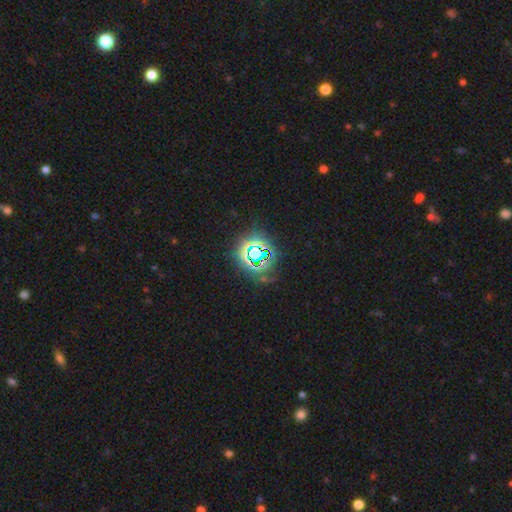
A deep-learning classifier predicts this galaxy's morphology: Smooth or featured? Predicted: star or artifact (p=0.73).